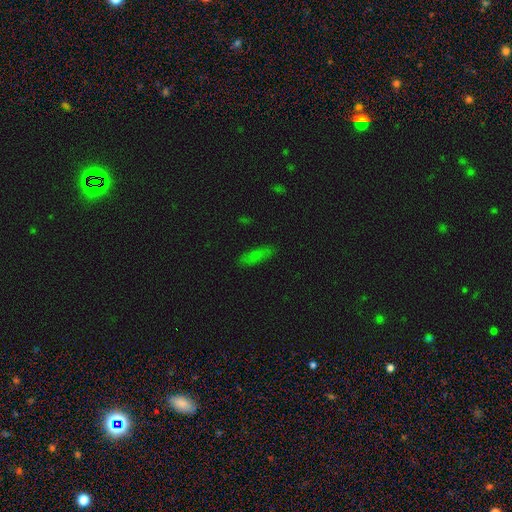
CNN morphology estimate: smooth-or-featured: smooth: 72% | featured or disk: 15% | star or artifact: 12%
  how-rounded: in between: 50% | cigar-shaped: 47% | round: 3%
  merging: none: 83% | minor disturbance: 13% | major disturbance: 3% | merger: 1%